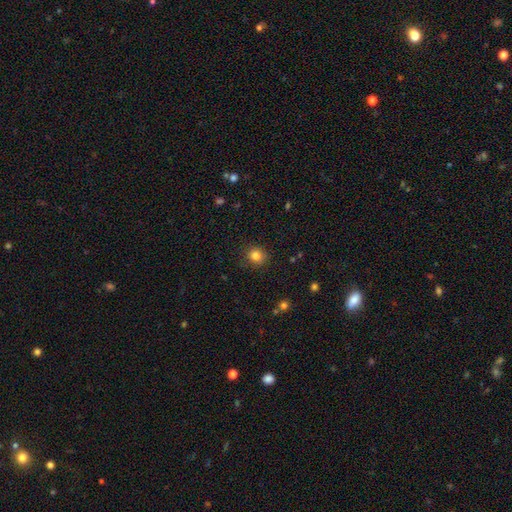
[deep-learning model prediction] Q: Smooth or featured?
A: smooth (83%); runner-up: star or artifact (12%)
Q: How rounded?
A: round (84%); runner-up: in between (15%)
Q: Merging?
A: none (87%); runner-up: minor disturbance (9%)